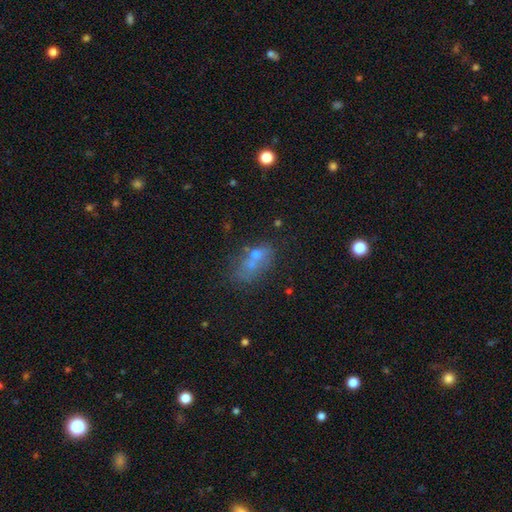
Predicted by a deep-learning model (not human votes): Overall: smooth (53%; featured or disk 26%). How rounded: in between (74%). Merging: none (37%; merger 31%).